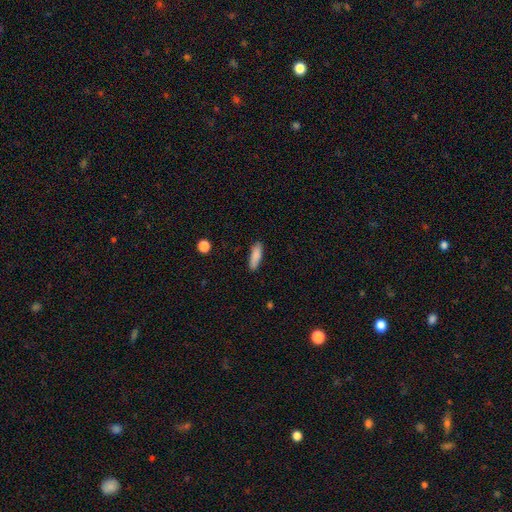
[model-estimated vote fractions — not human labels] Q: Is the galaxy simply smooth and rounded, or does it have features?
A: smooth — 86%.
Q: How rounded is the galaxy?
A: cigar-shaped — 51%.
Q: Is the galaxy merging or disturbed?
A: none — 86%.